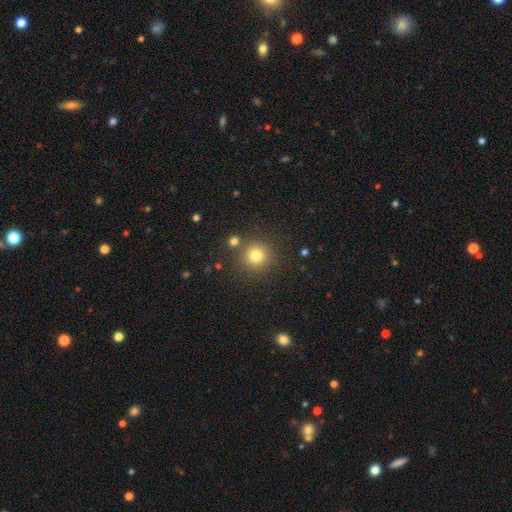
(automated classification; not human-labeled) Q: Smooth or featured?
A: smooth (79%); runner-up: star or artifact (14%)
Q: How rounded?
A: round (94%); runner-up: in between (5%)
Q: Merging?
A: none (83%); runner-up: minor disturbance (7%)